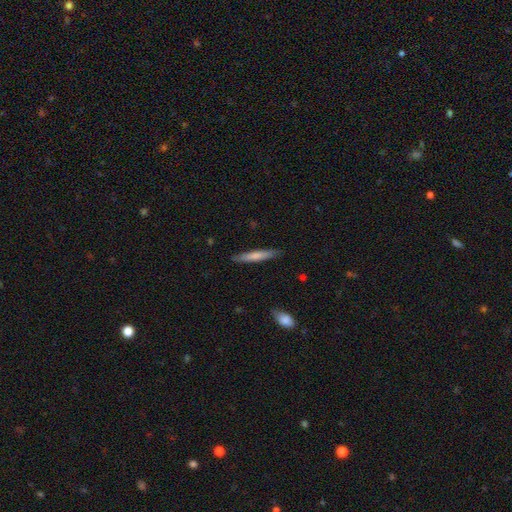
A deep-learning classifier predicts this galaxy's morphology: A smooth galaxy with no disk features (69%) that is cigar-shaped (94%).

Vote fractions:
- Smooth or featured? smooth: 69% / featured or disk: 26% / star or artifact: 5%
- How rounded? cigar-shaped: 94% / in between: 5% / round: 1%
- Merging? none: 88% / minor disturbance: 9% / major disturbance: 2% / merger: 1%